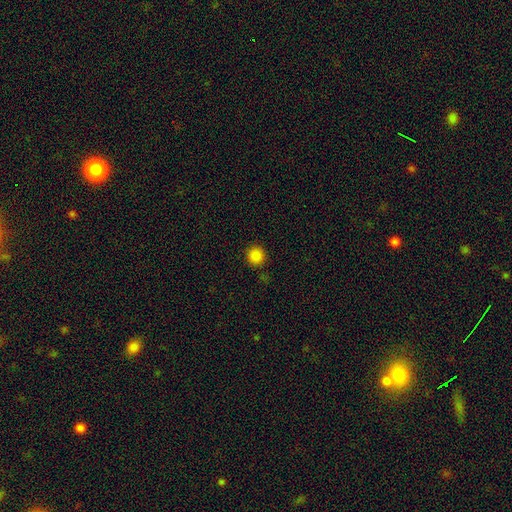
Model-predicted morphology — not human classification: Smooth or featured?
  - smooth: 85% *
  - star or artifact: 12%
  - featured or disk: 3%
How rounded?
  - round: 93% *
  - in between: 6%
  - cigar-shaped: 1%
Merging?
  - none: 89% *
  - minor disturbance: 7%
  - major disturbance: 2%
  - merger: 2%